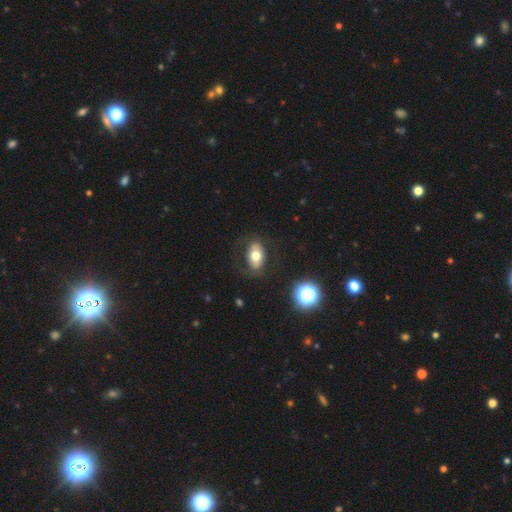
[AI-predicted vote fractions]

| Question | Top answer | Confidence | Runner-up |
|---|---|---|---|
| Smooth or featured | smooth | 60% | featured or disk (30%) |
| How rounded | in between | 86% | round (12%) |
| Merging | none | 75% | minor disturbance (15%) |